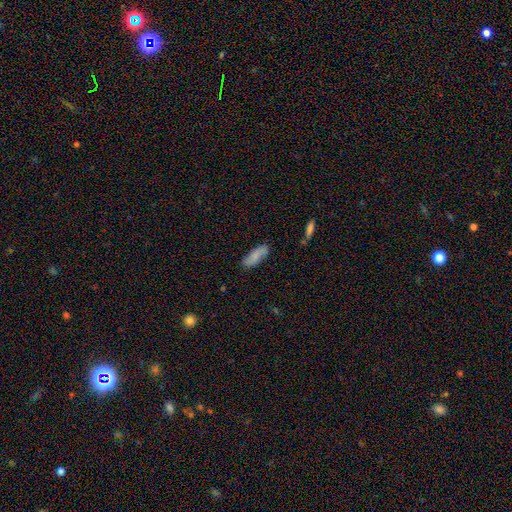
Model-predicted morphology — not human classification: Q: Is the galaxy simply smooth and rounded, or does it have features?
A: smooth — 72%.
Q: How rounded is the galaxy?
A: in between — 64%.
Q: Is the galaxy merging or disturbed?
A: none — 76%.